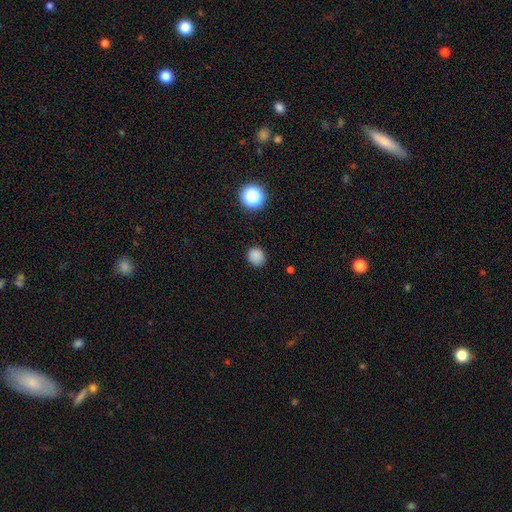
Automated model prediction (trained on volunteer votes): Smooth or featured: smooth — 83% (star or artifact — 14%)
How rounded: round — 82% (in between — 17%)
Merging: none — 86% (minor disturbance — 10%)